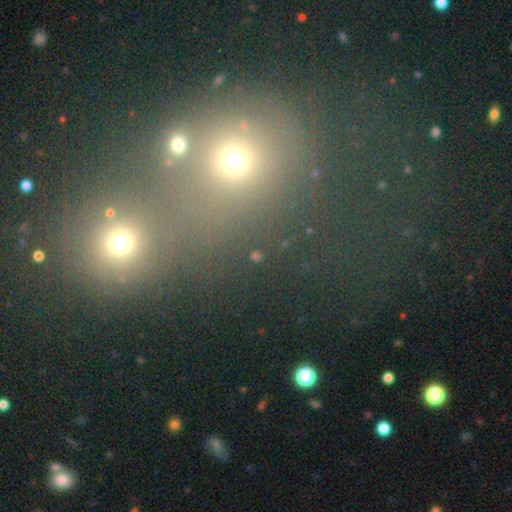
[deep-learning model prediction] Morphology: type=smooth (57%); roundness=round (80%); merging=none (49%).